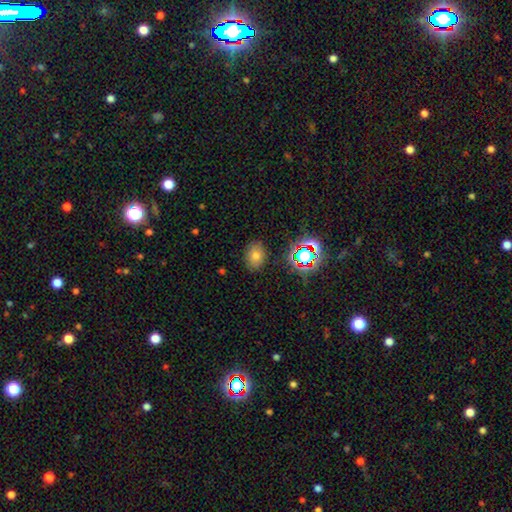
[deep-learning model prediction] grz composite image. It shows a smooth galaxy with no disk features (67%) that is in between round and cigar-shaped (69%). Merging: none (84%).